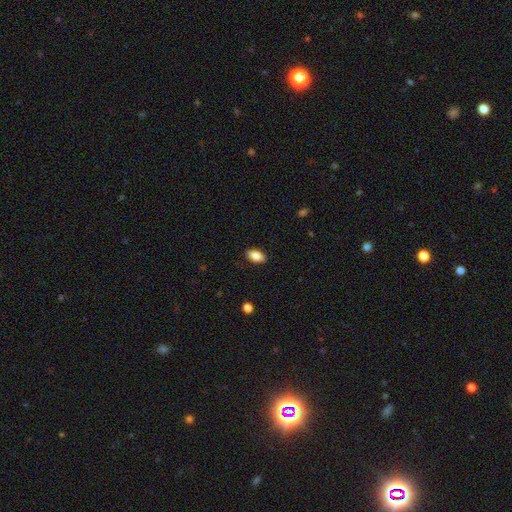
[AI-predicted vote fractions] smooth 86%, star or artifact 7%, featured or disk 6%. Down the decision tree: how rounded — in between (91%); merging — none (88%).